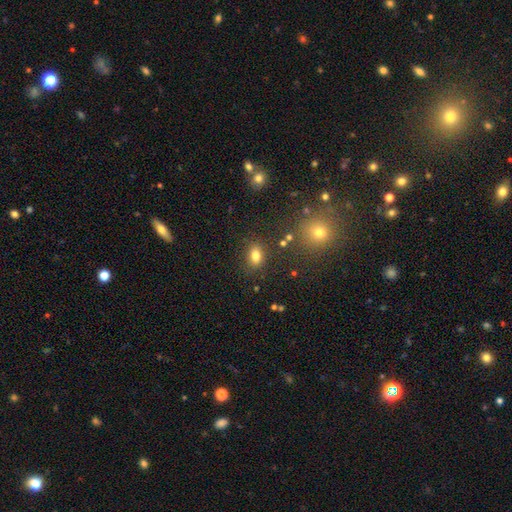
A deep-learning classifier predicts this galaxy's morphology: type=smooth (80%); roundness=in between (72%); merging=none (81%).